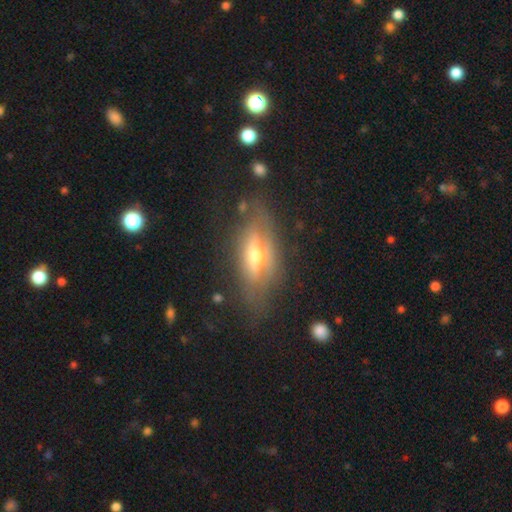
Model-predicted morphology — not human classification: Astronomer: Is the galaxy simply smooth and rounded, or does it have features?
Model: featured or disk — 69%.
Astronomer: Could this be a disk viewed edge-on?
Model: yes — 78%.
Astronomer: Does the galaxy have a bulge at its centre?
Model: rounded — 88%.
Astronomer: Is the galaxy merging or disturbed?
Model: none — 69%.